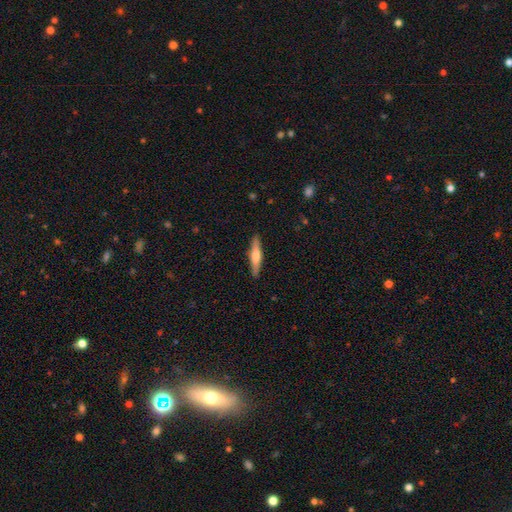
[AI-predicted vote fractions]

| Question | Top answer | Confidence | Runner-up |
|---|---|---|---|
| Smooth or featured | smooth | 50% | featured or disk (44%) |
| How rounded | cigar-shaped | 84% | in between (14%) |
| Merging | none | 90% | minor disturbance (8%) |